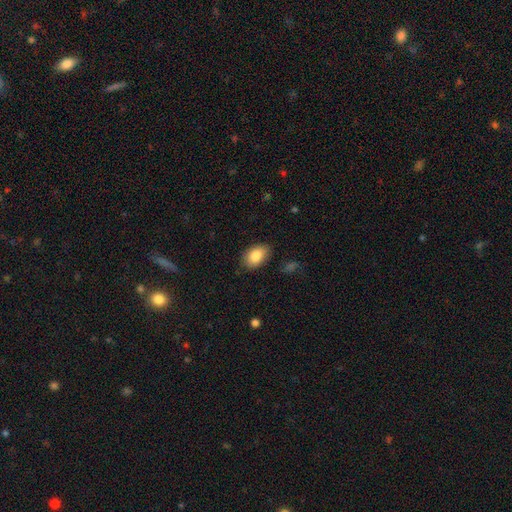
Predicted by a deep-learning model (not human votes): Overall: smooth (86%). How rounded: in between (88%). Merging: none (82%).